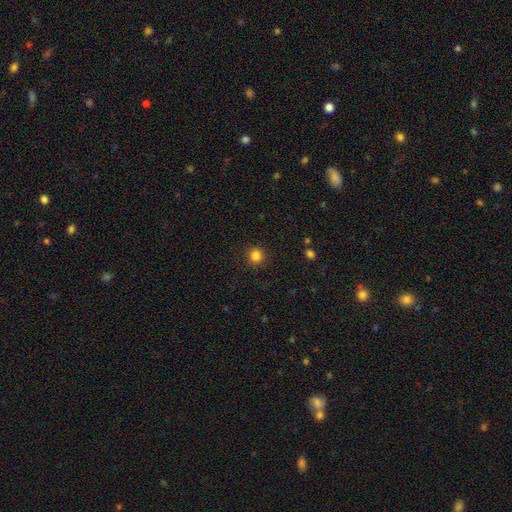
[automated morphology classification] This appears to be a smooth galaxy with no disk features (85%) that is round (91%). Merging: none (91%).